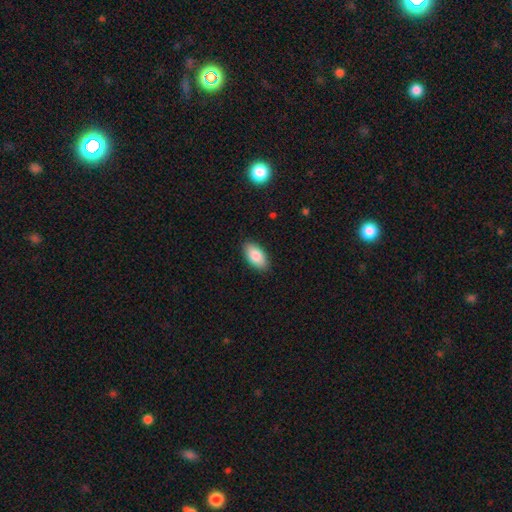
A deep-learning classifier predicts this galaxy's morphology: Smooth or featured?
  - smooth: 85% *
  - featured or disk: 9%
  - star or artifact: 6%
How rounded?
  - in between: 94% *
  - cigar-shaped: 3%
  - round: 3%
Merging?
  - none: 88% *
  - minor disturbance: 9%
  - major disturbance: 2%
  - merger: 1%